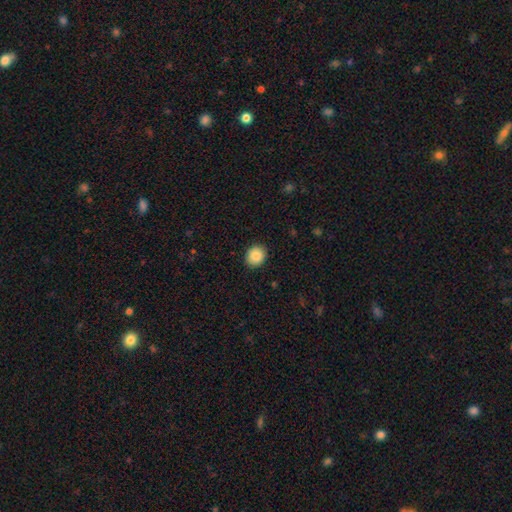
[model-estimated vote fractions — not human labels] Smooth or featured? Predicted: smooth (p=0.88). How rounded? Predicted: round (p=0.73). Merging? Predicted: none (p=0.90).